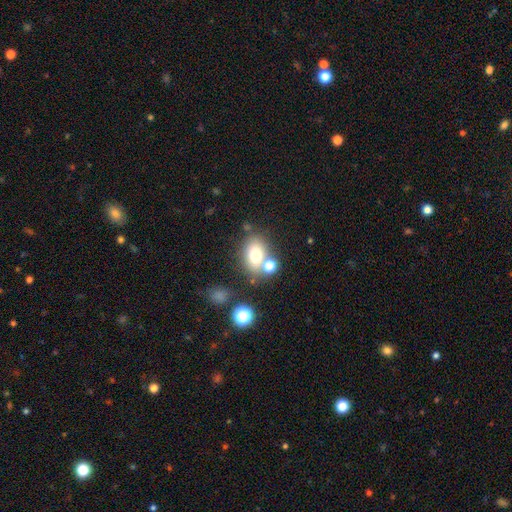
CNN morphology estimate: type=smooth (72%); roundness=in between (66%); merging=none (59%).